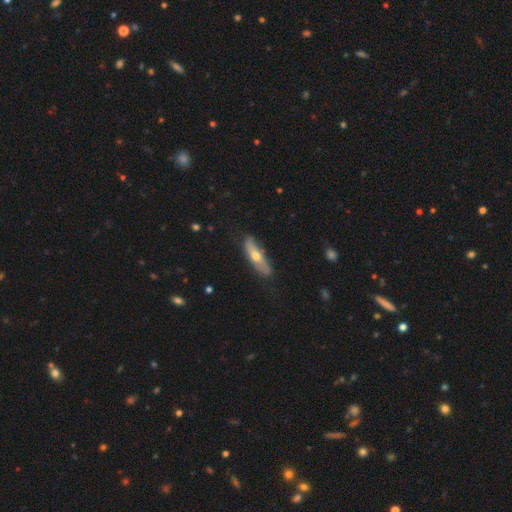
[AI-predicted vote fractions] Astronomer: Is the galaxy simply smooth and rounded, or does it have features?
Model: featured or disk — 47%, tied with smooth at 47%.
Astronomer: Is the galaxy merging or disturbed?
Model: none — 74%.